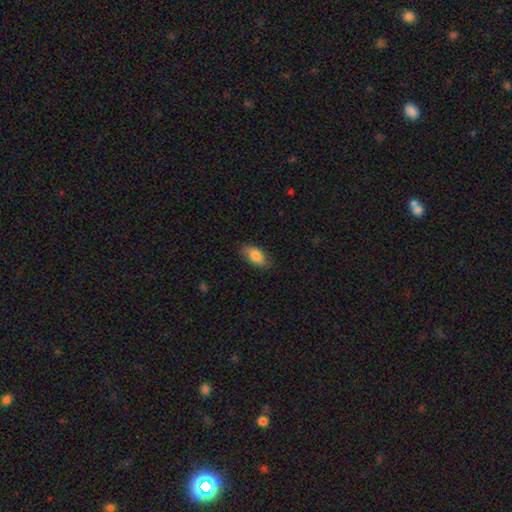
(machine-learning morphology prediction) This is clearly a smooth galaxy (80%). How rounded: clearly in between (92%). Merging: likely none (78%).